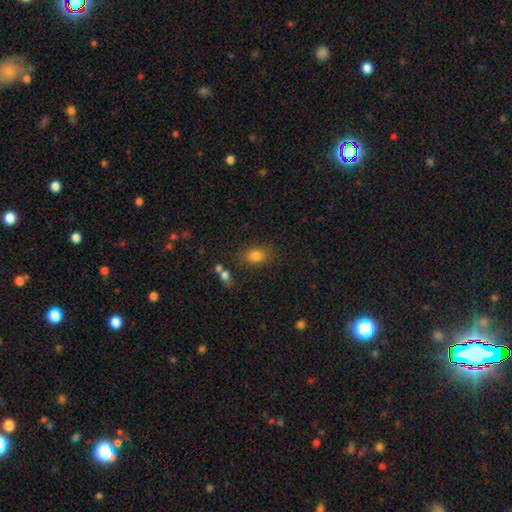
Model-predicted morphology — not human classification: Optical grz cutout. It shows a smooth galaxy with no disk features (81%) that is in between round and cigar-shaped (73%). Merging: none (78%).